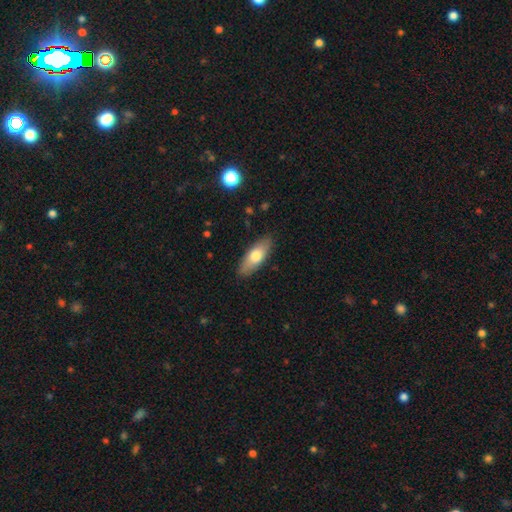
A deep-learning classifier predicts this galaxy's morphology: smooth-or-featured: smooth: 71% | featured or disk: 24% | star or artifact: 6%
  how-rounded: in between: 72% | cigar-shaped: 26% | round: 2%
  merging: none: 87% | minor disturbance: 10% | major disturbance: 2% | merger: 1%